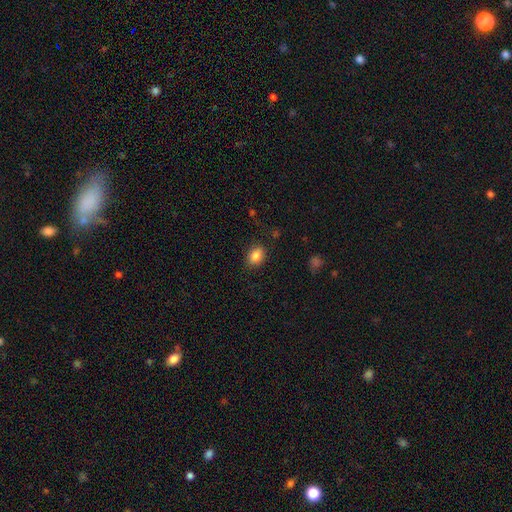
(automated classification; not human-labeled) Q: Smooth or featured?
A: smooth (85%); runner-up: star or artifact (9%)
Q: How rounded?
A: in between (72%); runner-up: round (27%)
Q: Merging?
A: none (83%); runner-up: minor disturbance (12%)